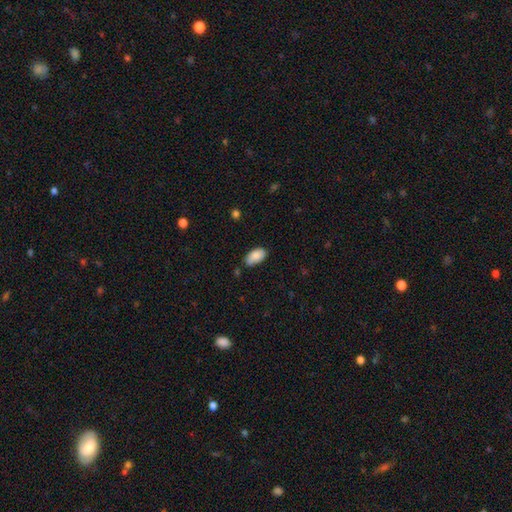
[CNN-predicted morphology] The model was most divided on "merging": none: 69%, minor disturbance: 25%, major disturbance: 4%, merger: 2%. More confident: how rounded — in between (95%); smooth or featured — smooth (85%).